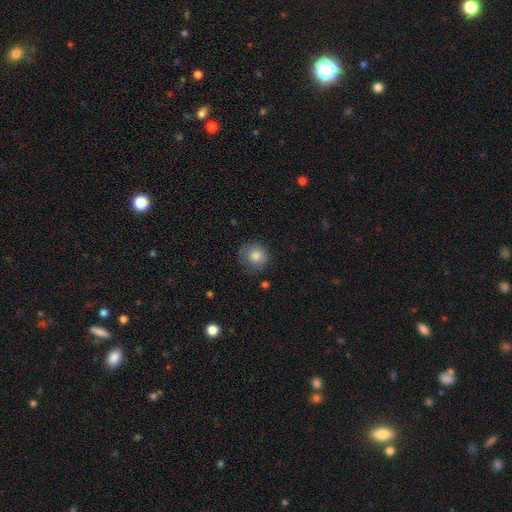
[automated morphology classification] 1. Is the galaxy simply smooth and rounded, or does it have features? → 83% smooth, 9% featured or disk, 9% star or artifact.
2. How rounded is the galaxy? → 88% round, 11% in between, 1% cigar-shaped.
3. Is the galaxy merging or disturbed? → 73% none, 19% minor disturbance, 6% major disturbance, 2% merger.